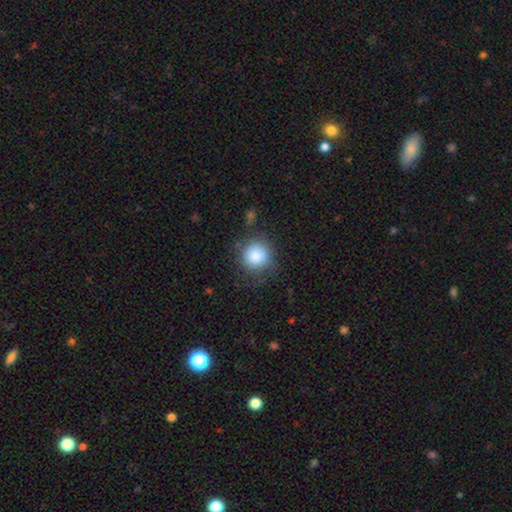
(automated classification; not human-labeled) Smooth or featured?
  - smooth: 86% *
  - star or artifact: 8%
  - featured or disk: 6%
How rounded?
  - round: 92% *
  - in between: 7%
  - cigar-shaped: 1%
Merging?
  - none: 75% *
  - minor disturbance: 16%
  - major disturbance: 7%
  - merger: 2%